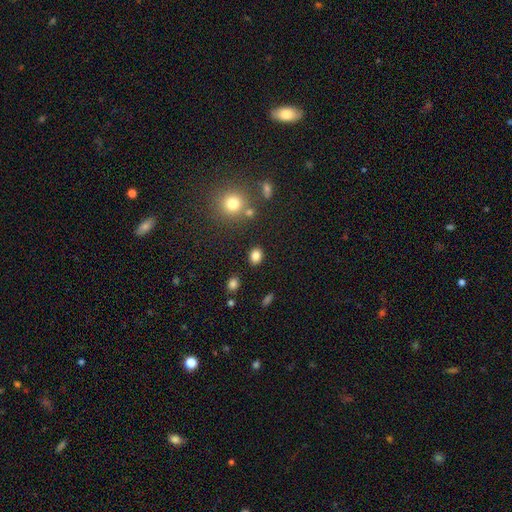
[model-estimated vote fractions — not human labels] smooth-or-featured: smooth: 84% | star or artifact: 11% | featured or disk: 5%
  how-rounded: in between: 55% | round: 44% | cigar-shaped: 1%
  merging: none: 85% | minor disturbance: 9% | merger: 3% | major disturbance: 3%